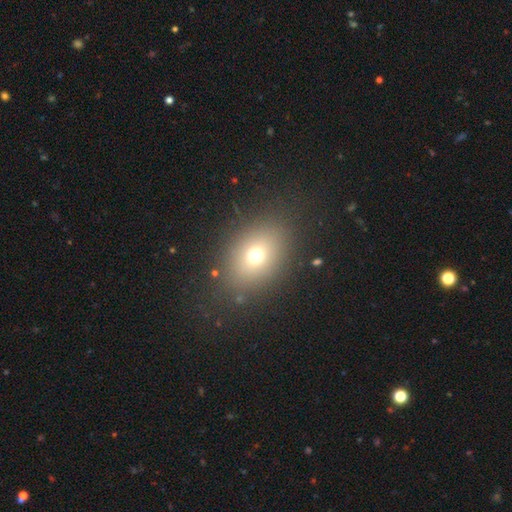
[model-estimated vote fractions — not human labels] smooth 69%, star or artifact 18%, featured or disk 14%. Down the decision tree: how rounded — in between (64%); merging — none (84%).